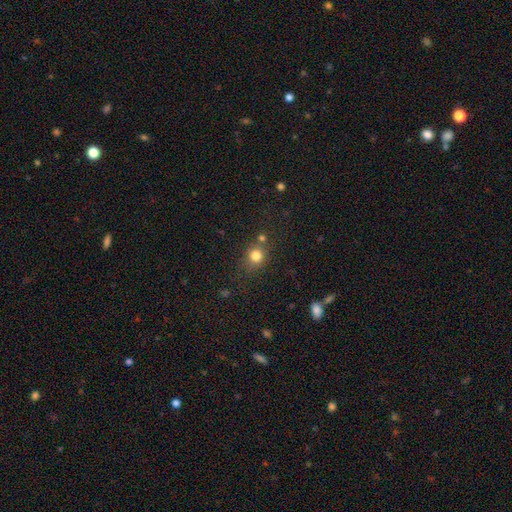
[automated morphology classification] This appears to be a smooth galaxy with no disk features (78%) that is round (78%). Merging: none (67%).